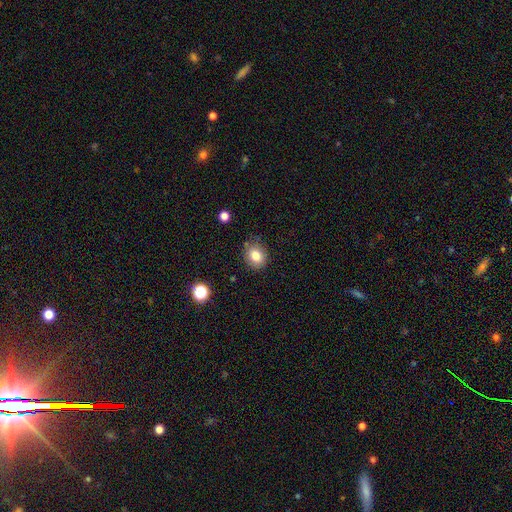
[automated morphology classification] Smooth or featured: smooth — 82% (star or artifact — 11%)
How rounded: round — 62% (in between — 37%)
Merging: none — 80% (minor disturbance — 15%)